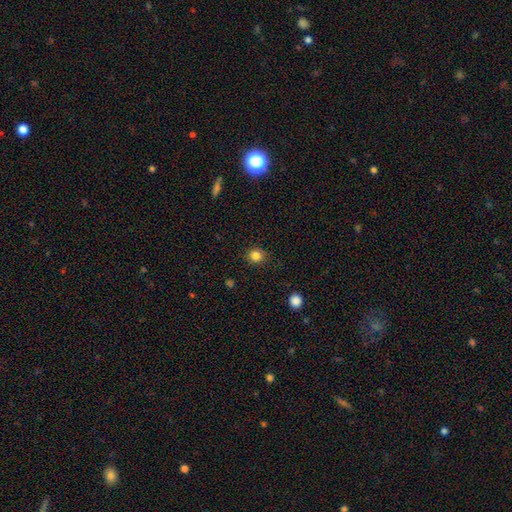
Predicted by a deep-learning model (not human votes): A smooth galaxy with no disk features (84%) that is round (86%). Merging: none (89%).